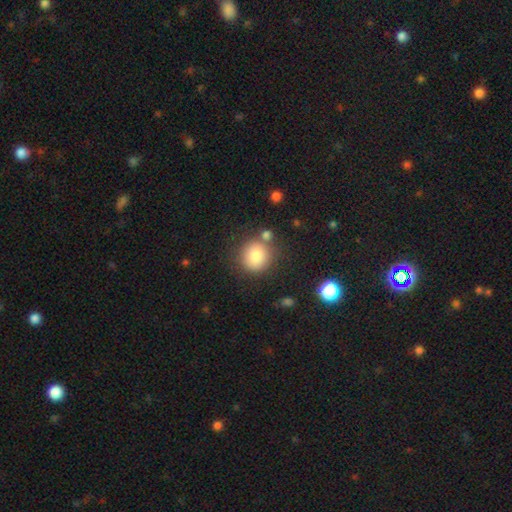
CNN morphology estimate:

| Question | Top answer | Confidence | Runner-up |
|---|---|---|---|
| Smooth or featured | smooth | 81% | star or artifact (10%) |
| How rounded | round | 89% | in between (10%) |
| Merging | none | 73% | minor disturbance (12%) |